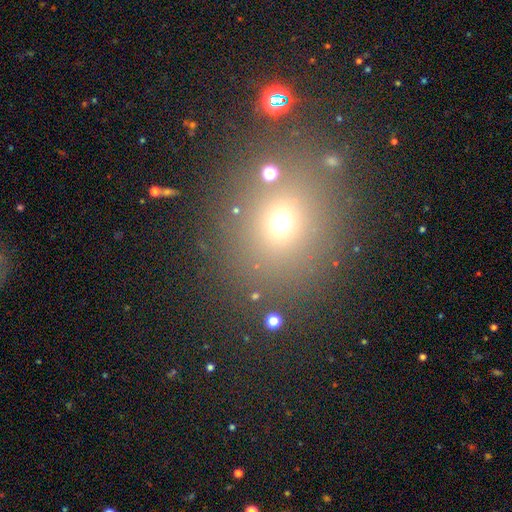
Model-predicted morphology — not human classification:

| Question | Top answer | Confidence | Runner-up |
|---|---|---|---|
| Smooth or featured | smooth | 60% | star or artifact (31%) |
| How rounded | round | 75% | in between (24%) |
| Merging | none | 81% | minor disturbance (9%) |